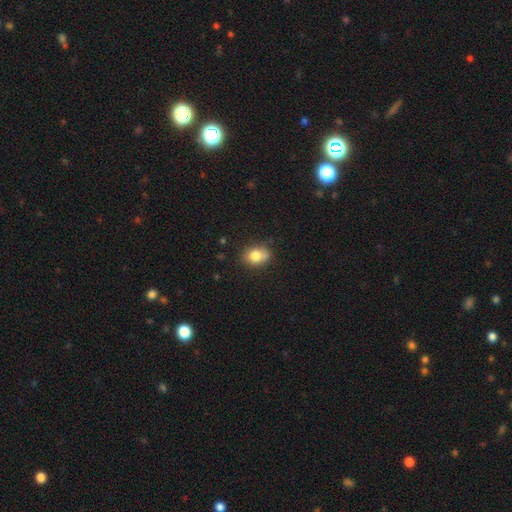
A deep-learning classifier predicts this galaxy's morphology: Smooth or featured? Predicted: smooth (p=0.79). How rounded? Predicted: in between (p=0.53). Merging? Predicted: none (p=0.60).